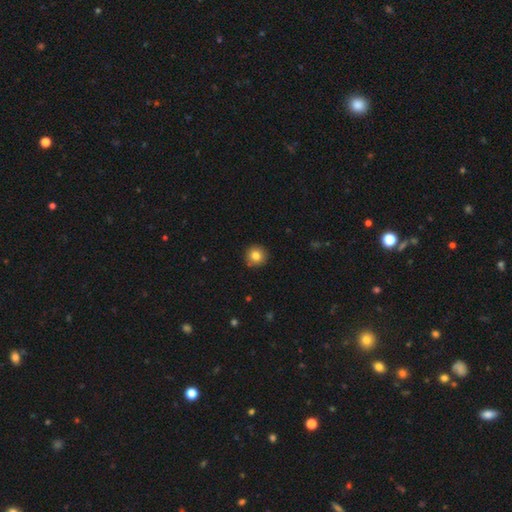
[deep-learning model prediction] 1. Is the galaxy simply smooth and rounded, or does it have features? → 83% smooth, 10% star or artifact, 7% featured or disk.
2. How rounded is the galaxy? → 95% round, 4% in between, 1% cigar-shaped.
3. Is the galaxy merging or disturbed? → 90% none, 7% minor disturbance, 2% major disturbance, 1% merger.